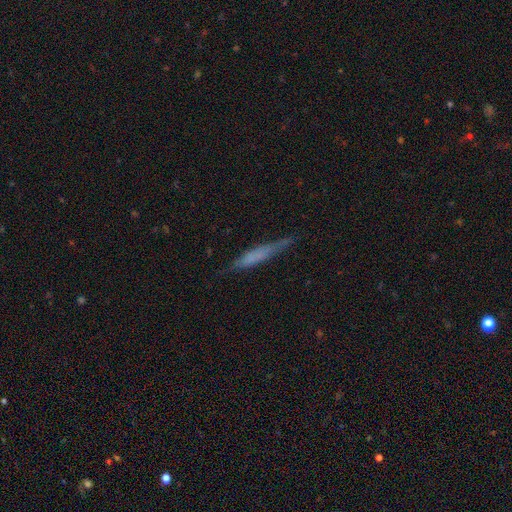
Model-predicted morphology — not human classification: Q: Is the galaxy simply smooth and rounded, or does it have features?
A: smooth — 51%.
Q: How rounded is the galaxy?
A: cigar-shaped — 93%.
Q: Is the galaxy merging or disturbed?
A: none — 74%.